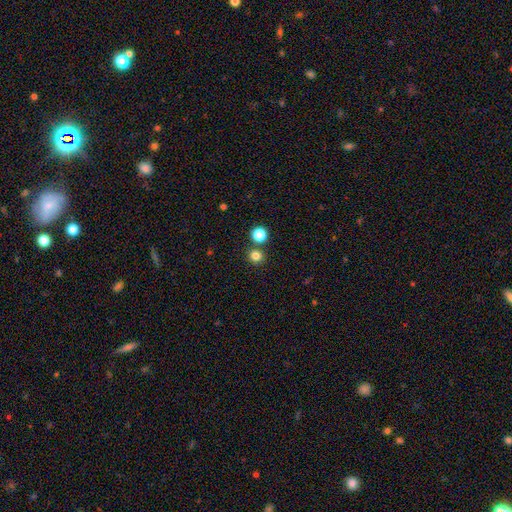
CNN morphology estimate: A smooth galaxy with no disk features (80%) that is round (91%). Merging: none (80%).